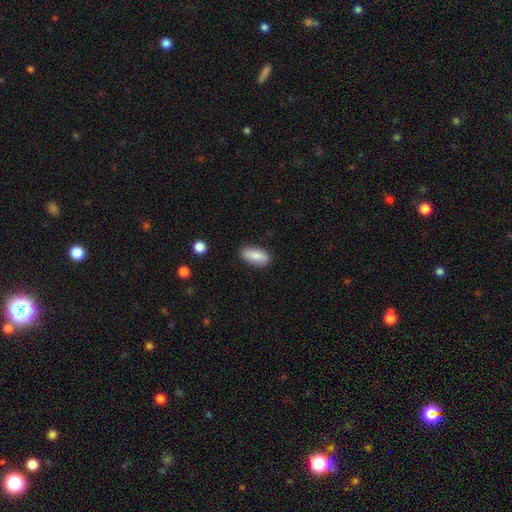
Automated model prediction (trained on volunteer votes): This is clearly a smooth galaxy (81%). How rounded: clearly in between (88%). Merging: clearly none (84%).